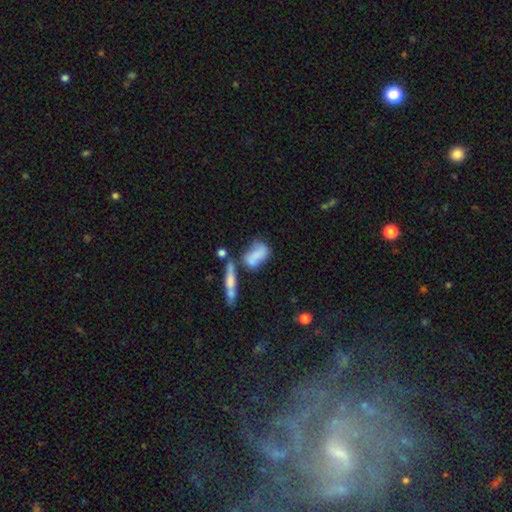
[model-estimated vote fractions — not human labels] Smooth or featured? smooth (66%)
How rounded? in between (74%)
Merging? merger (38%)